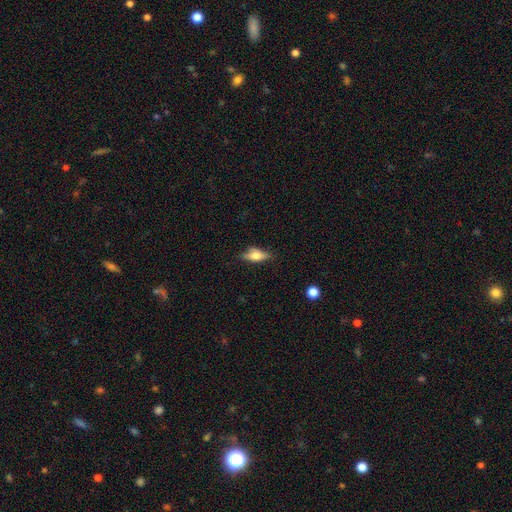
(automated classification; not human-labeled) Smooth or featured?
  - smooth: 56% *
  - featured or disk: 36%
  - star or artifact: 8%
How rounded?
  - in between: 71% *
  - cigar-shaped: 25%
  - round: 4%
Merging?
  - none: 70% *
  - minor disturbance: 22%
  - major disturbance: 6%
  - merger: 2%